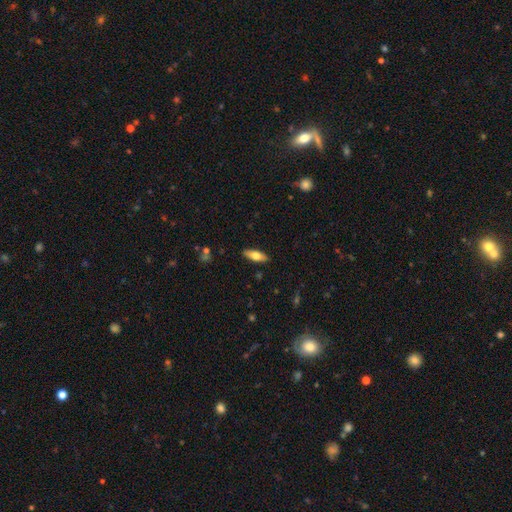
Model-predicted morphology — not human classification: smooth_or_featured: smooth (p=0.63) [alt: featured or disk p=0.30]
how_rounded: in between (p=0.64) [alt: cigar-shaped p=0.34]
merging: none (p=0.88) [alt: minor disturbance p=0.09]